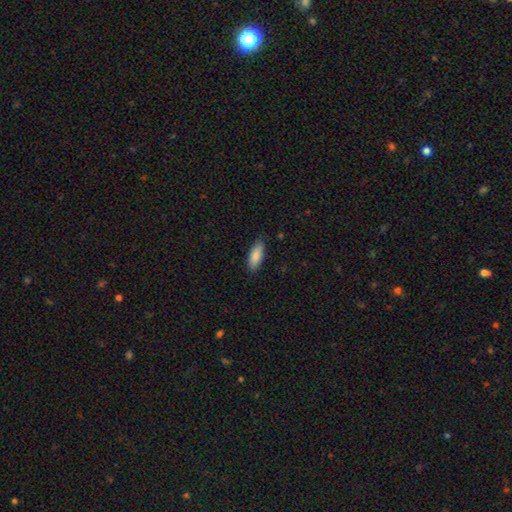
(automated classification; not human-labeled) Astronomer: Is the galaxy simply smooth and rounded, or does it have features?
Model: smooth — 87%.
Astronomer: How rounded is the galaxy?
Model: in between — 72%.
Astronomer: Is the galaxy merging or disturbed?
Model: none — 85%.